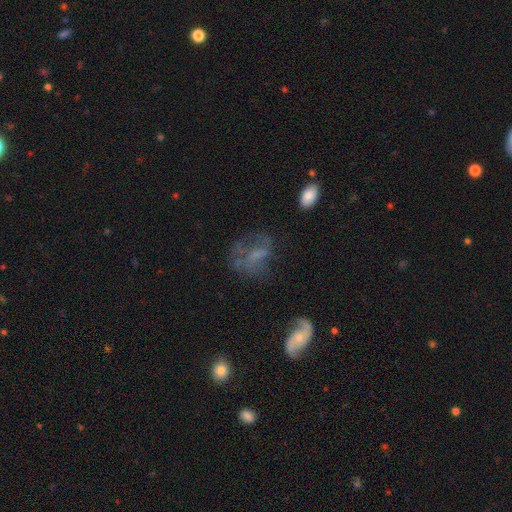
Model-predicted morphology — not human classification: This appears to be a featured or disk galaxy (54%) with no bar (59%), spiral arms (53%) and no central bulge (45%). Merging: none (44%).